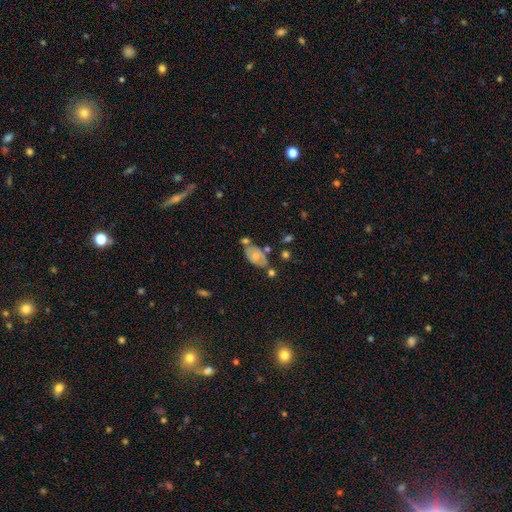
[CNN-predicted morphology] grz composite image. It shows a smooth galaxy with no disk features (46%, tied with featured or disk). Merging: none (47%).